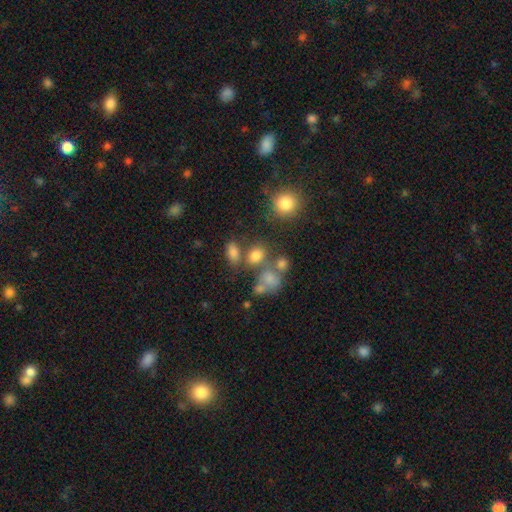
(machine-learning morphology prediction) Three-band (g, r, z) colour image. It shows a smooth galaxy with no disk features (75%) that is in between round and cigar-shaped (59%). Merging: none (53%).